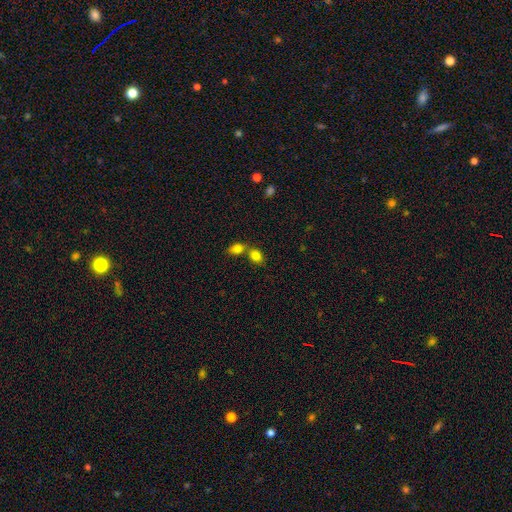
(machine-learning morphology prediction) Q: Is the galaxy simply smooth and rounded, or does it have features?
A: smooth — 83%.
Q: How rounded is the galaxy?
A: in between — 71%.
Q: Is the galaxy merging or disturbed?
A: none — 47%.